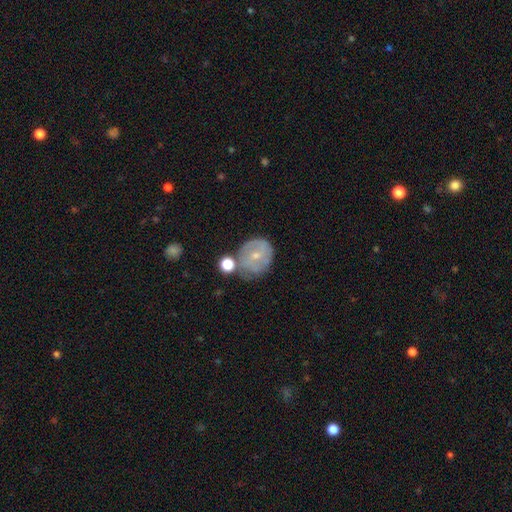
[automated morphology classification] smooth_or_featured: featured or disk (p=0.64) [alt: smooth p=0.28]
disk_edge_on: no (p=0.97) [alt: yes p=0.03]
bar: no (p=0.61) [alt: weak p=0.32]
has_spiral_arms: yes (p=0.75) [alt: no p=0.25]
bulge_size: small (p=0.67) [alt: moderate p=0.29]
merging: none (p=0.54) [alt: minor disturbance p=0.23]